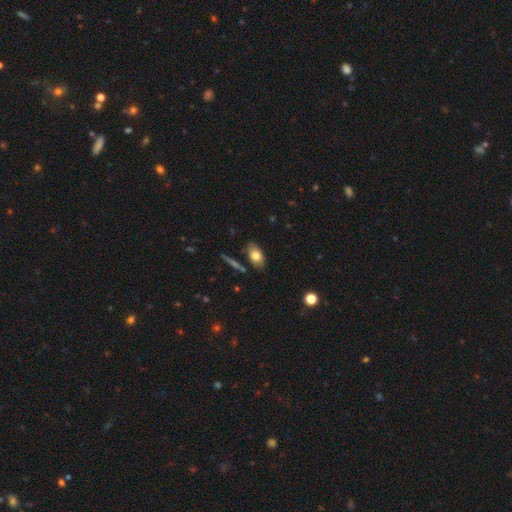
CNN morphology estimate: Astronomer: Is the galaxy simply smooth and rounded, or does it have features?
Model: smooth — 76%.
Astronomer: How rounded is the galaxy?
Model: in between — 88%.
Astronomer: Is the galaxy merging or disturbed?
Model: none — 78%.